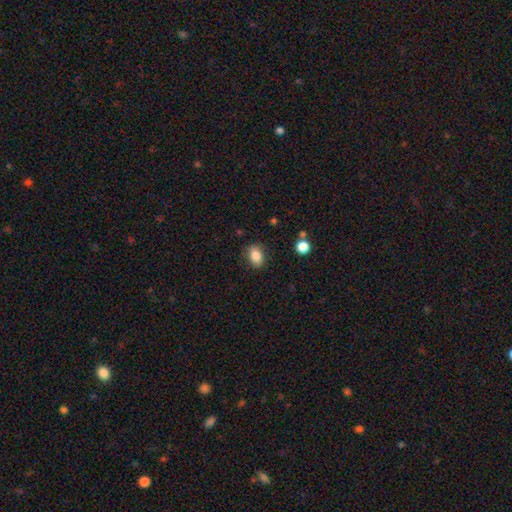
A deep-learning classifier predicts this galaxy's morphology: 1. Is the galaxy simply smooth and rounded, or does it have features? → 84% smooth, 9% star or artifact, 8% featured or disk.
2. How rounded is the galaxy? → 78% in between, 20% round, 2% cigar-shaped.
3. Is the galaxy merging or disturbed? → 83% none, 12% minor disturbance, 3% major disturbance, 2% merger.